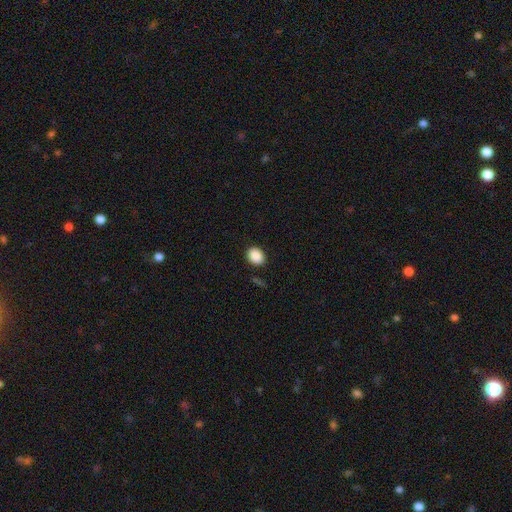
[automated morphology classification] Smooth or featured: smooth — 89% (star or artifact — 8%)
How rounded: round — 51% (in between — 48%)
Merging: none — 89% (minor disturbance — 7%)